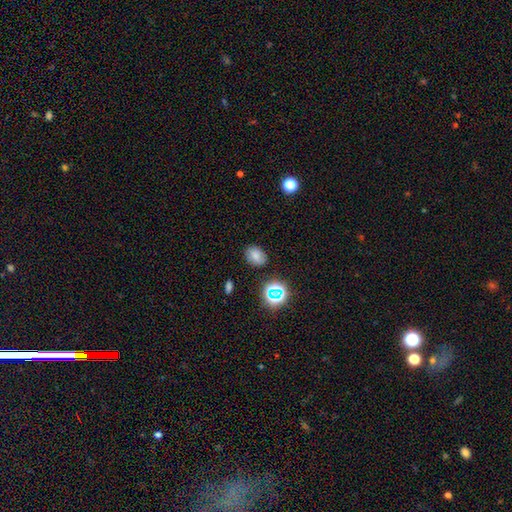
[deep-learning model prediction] Smooth or featured? Predicted: smooth (p=0.74). How rounded? Predicted: in between (p=0.64). Merging? Predicted: none (p=0.82).